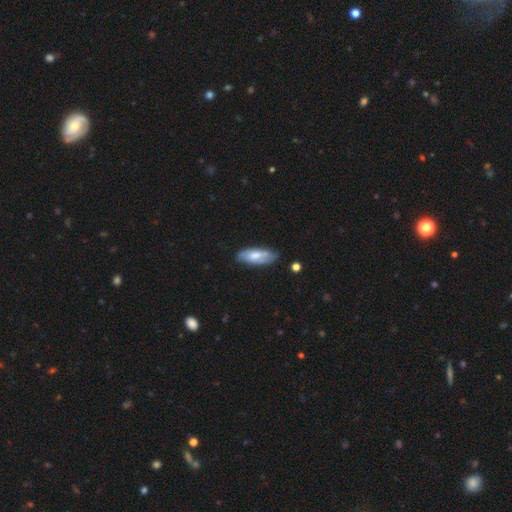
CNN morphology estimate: smooth 60%, featured or disk 33%, star or artifact 6%. Down the decision tree: how rounded — in between (72%); merging — none (74%).